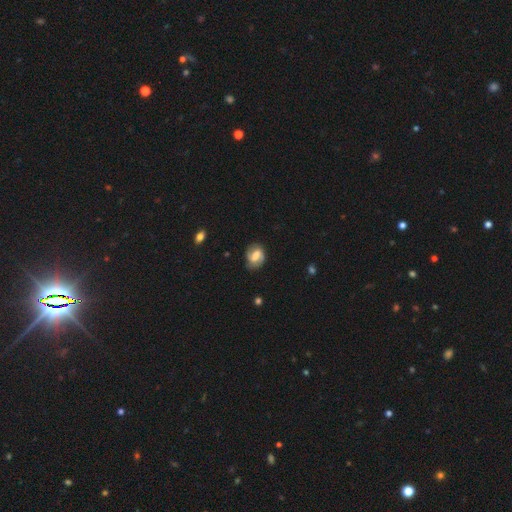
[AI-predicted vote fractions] The model was most divided on "bar": weak: 47%, strong: 30%, no: 23%. Remaining: edge-on disk — no (96%); spiral arms — yes (83%); merging — none (73%); smooth or featured — featured or disk (56%); bulge size — moderate (49%).